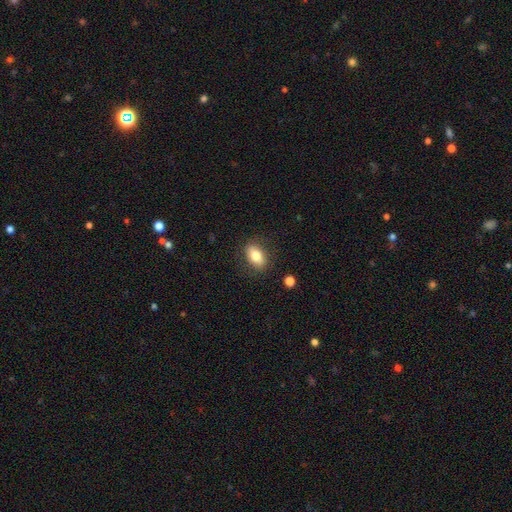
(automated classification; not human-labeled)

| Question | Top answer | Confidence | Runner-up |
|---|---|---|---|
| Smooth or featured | smooth | 78% | featured or disk (14%) |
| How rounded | in between | 86% | round (10%) |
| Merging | none | 83% | minor disturbance (11%) |